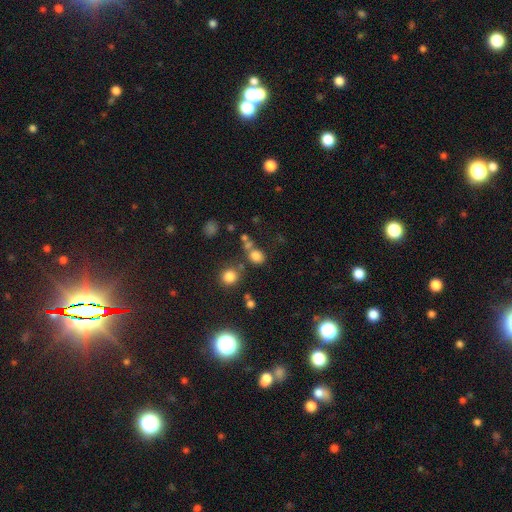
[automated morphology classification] Smooth or featured: smooth — 77% (star or artifact — 16%)
How rounded: round — 66% (in between — 33%)
Merging: none — 60% (merger — 22%)